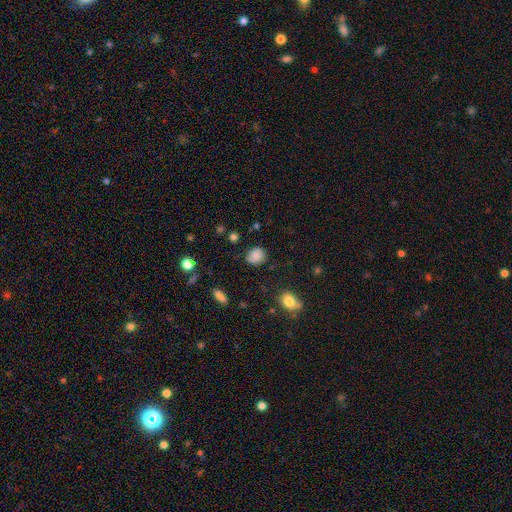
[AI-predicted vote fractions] smooth 79%, featured or disk 11%, star or artifact 10%. Down the decision tree: how rounded — round (69%); merging — none (74%).